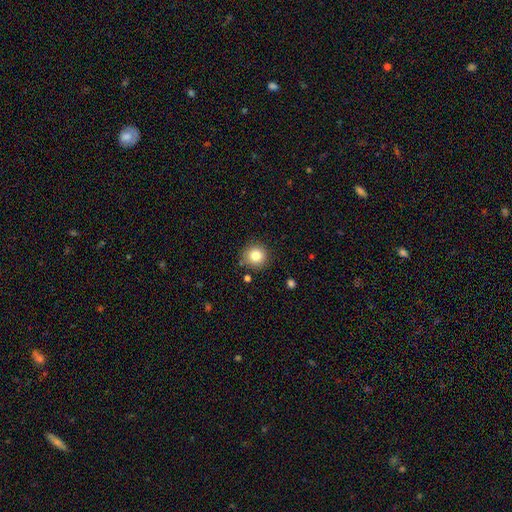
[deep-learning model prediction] A smooth galaxy with no disk features (82%) that is round (92%). Merging: none (85%).